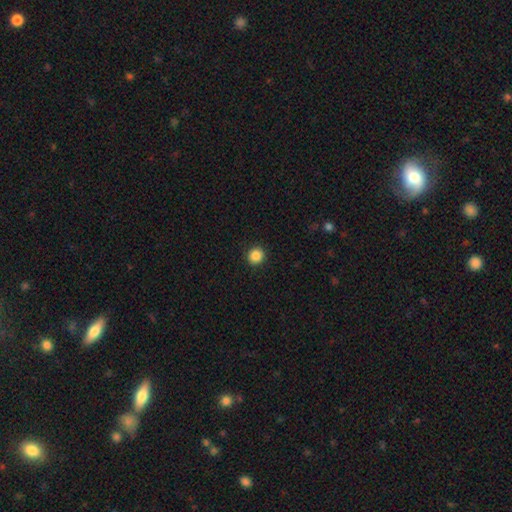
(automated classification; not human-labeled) Smooth or featured: smooth — 86% (star or artifact — 10%)
How rounded: round — 93% (in between — 6%)
Merging: none — 93% (minor disturbance — 5%)